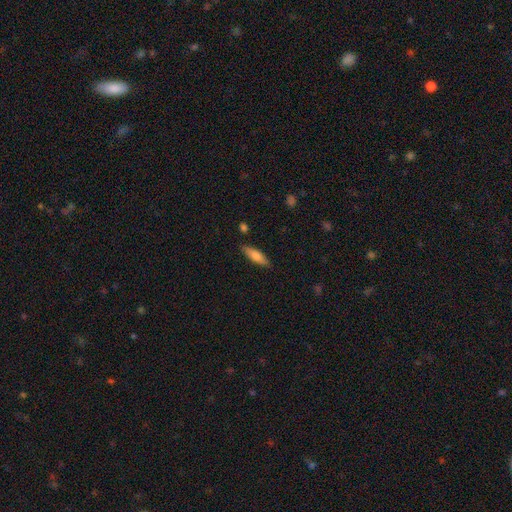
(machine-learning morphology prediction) type=smooth (71%); roundness=cigar-shaped (55%); merging=none (85%).